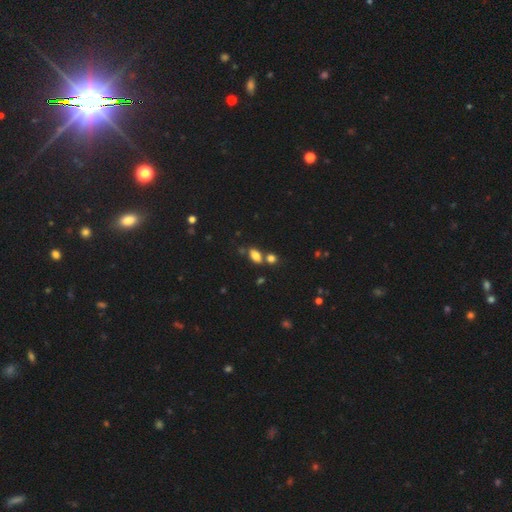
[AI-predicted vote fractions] Smooth or featured? Predicted: smooth (p=0.80). How rounded? Predicted: in between (p=0.86). Merging? Predicted: none (p=0.58).